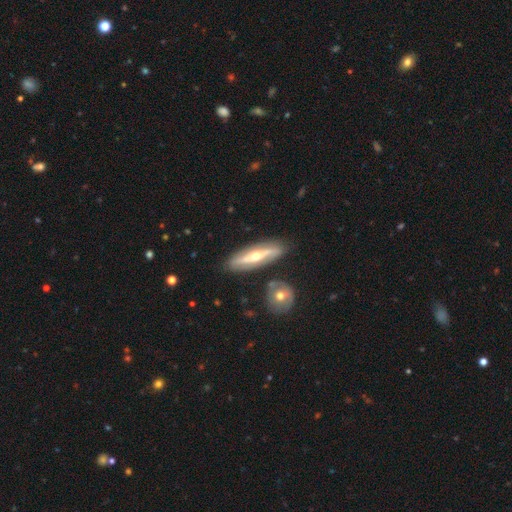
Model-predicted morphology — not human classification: Smooth or featured? Predicted: featured or disk (p=0.72). Edge-on disk? Predicted: yes (p=0.62). Merging? Predicted: none (p=0.83).